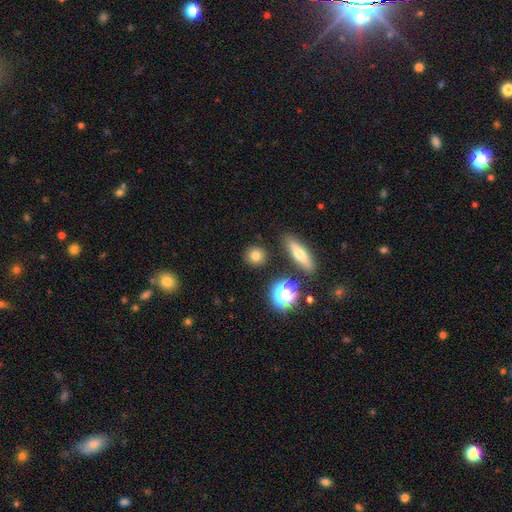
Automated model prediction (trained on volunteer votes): Smooth or featured: smooth — 75% (star or artifact — 15%)
How rounded: round — 85% (in between — 12%)
Merging: none — 87% (minor disturbance — 8%)